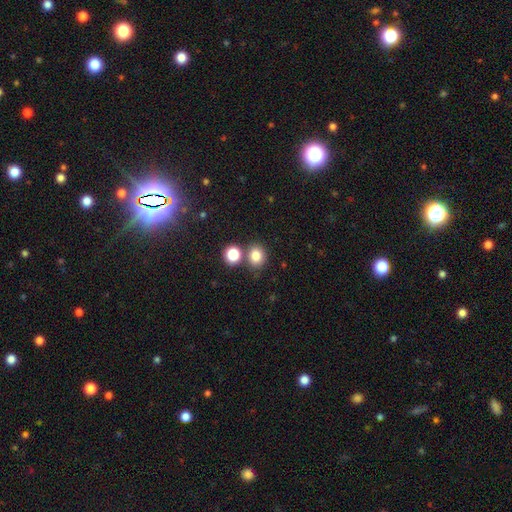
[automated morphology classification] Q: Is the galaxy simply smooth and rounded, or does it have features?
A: smooth — 81%.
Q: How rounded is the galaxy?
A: round — 71%.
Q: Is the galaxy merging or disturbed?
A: none — 70%.